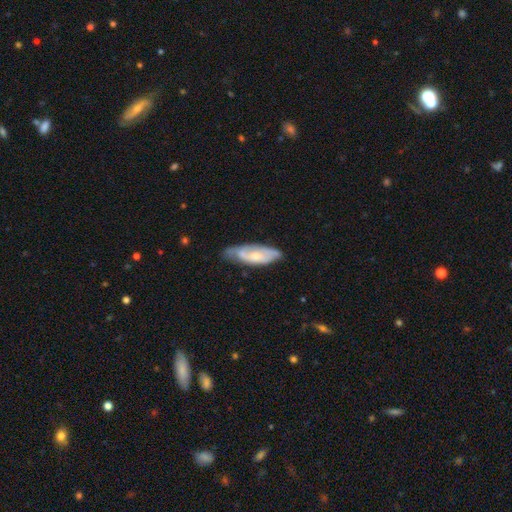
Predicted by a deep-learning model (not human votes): Smooth or featured? featured or disk (54%)
Edge-on disk? no (80%)
Merging? none (57%)